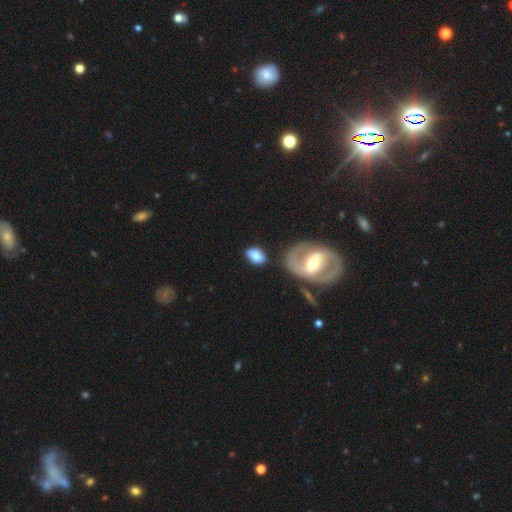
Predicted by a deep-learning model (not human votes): Smooth or featured? smooth (73%)
How rounded? in between (83%)
Merging? none (64%)